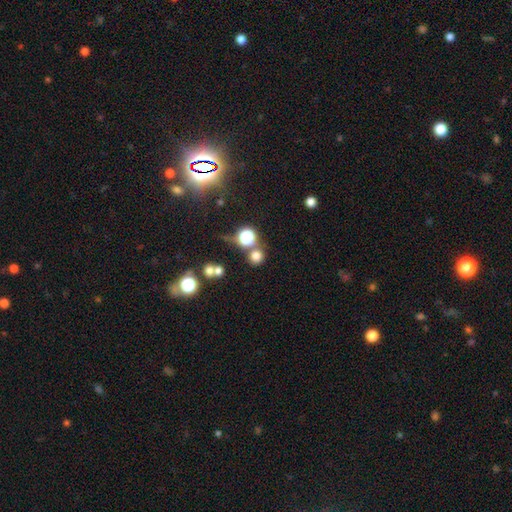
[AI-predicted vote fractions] Smooth or featured?
  - smooth: 72% *
  - star or artifact: 21%
  - featured or disk: 7%
How rounded?
  - round: 92% *
  - in between: 7%
  - cigar-shaped: 1%
Merging?
  - none: 72% *
  - merger: 16%
  - minor disturbance: 8%
  - major disturbance: 4%